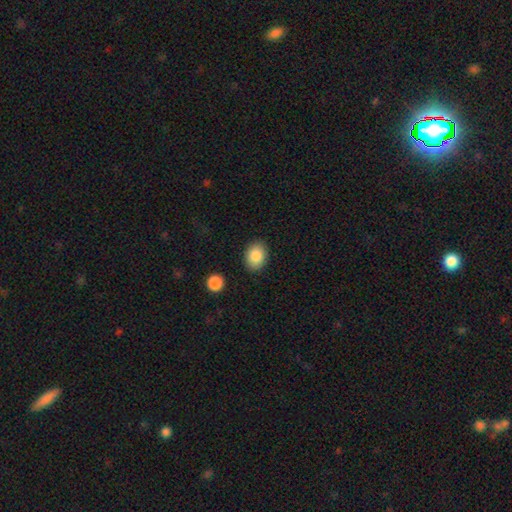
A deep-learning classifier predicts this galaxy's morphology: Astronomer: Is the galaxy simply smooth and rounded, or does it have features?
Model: smooth — 86%.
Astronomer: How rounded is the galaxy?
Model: in between — 73%.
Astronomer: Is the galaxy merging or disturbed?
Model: none — 87%.